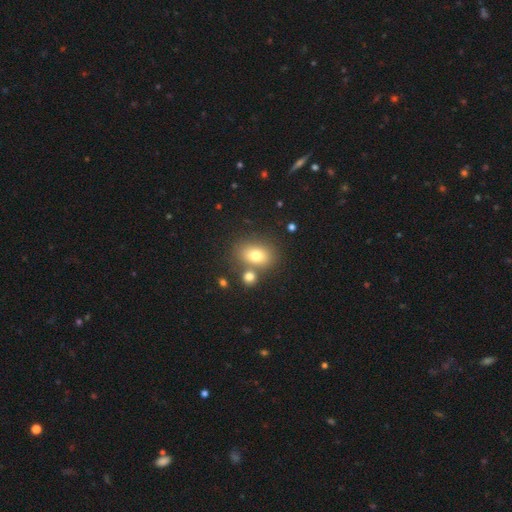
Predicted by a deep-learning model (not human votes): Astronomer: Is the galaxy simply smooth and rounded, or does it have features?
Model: smooth — 76%.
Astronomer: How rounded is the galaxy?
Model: in between — 73%.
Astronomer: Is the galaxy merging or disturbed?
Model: none — 62%.